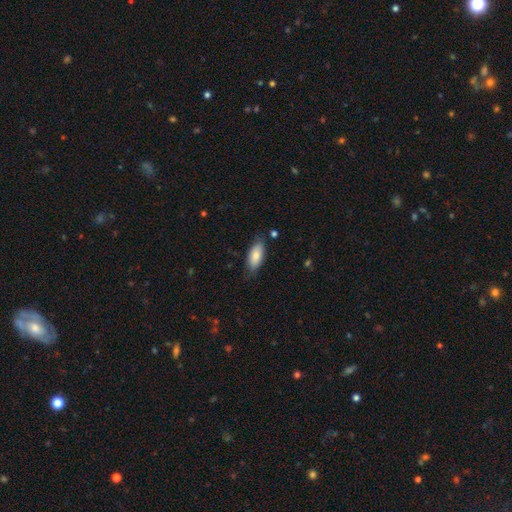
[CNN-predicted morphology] type=smooth (82%); roundness=in between (86%); merging=none (76%).